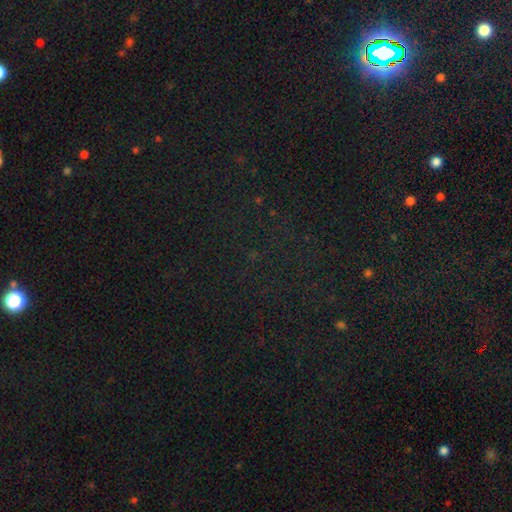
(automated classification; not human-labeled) Morphology: type=star or artifact (79%).